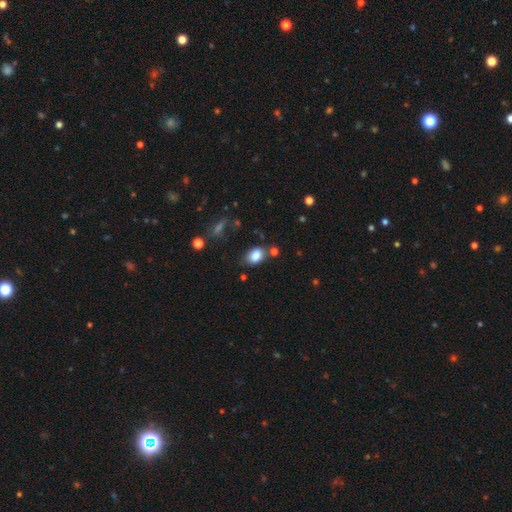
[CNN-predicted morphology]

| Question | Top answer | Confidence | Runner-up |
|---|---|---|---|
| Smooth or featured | smooth | 84% | star or artifact (9%) |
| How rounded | in between | 81% | round (18%) |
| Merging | none | 70% | minor disturbance (17%) |